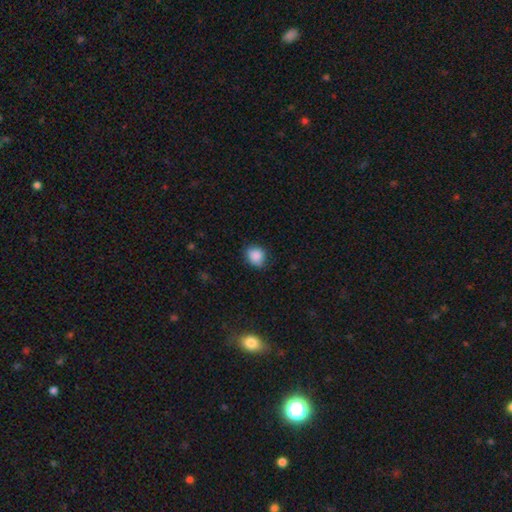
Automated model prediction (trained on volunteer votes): Q: Smooth or featured?
A: smooth (88%); runner-up: star or artifact (9%)
Q: How rounded?
A: round (72%); runner-up: in between (27%)
Q: Merging?
A: none (77%); runner-up: minor disturbance (19%)